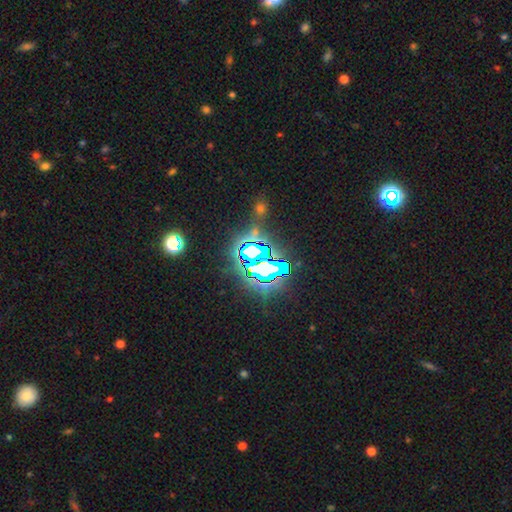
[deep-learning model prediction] Q: Smooth or featured?
A: star or artifact (78%); runner-up: featured or disk (11%)